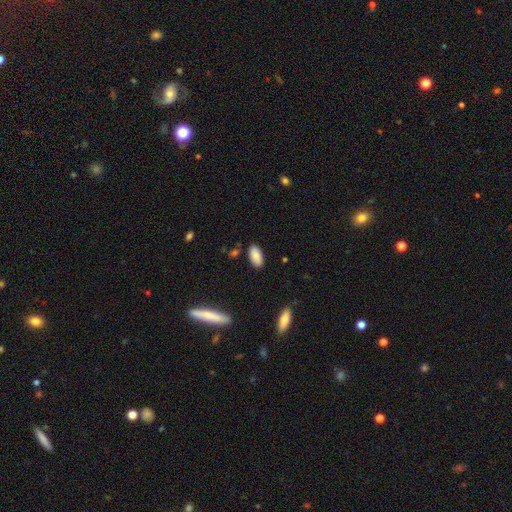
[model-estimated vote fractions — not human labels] A smooth galaxy with no disk features (86%) that is in between round and cigar-shaped (92%).

Vote fractions:
- Smooth or featured? smooth: 86% / featured or disk: 7% / star or artifact: 7%
- How rounded? in between: 92% / cigar-shaped: 6% / round: 2%
- Merging? none: 86% / minor disturbance: 10% / major disturbance: 2% / merger: 2%